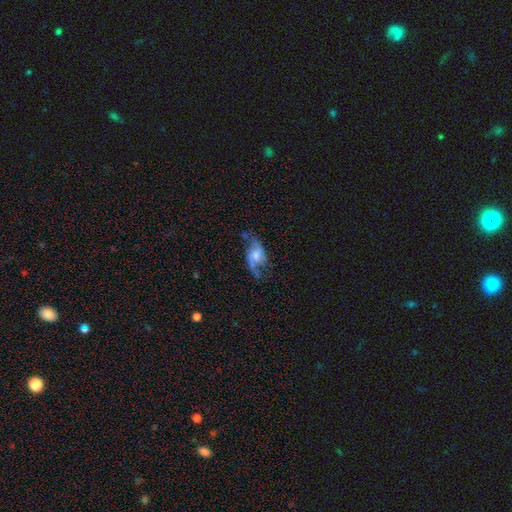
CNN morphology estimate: Q: Smooth or featured?
A: featured or disk (71%); runner-up: smooth (21%)
Q: Edge-on disk?
A: no (95%); runner-up: yes (5%)
Q: Bar?
A: no (53%); runner-up: weak (38%)
Q: Spiral arms?
A: yes (90%); runner-up: no (10%)
Q: Spiral winding?
A: loose (63%); runner-up: medium (29%)
Q: Spiral arm count?
A: 2 (88%); runner-up: can't tell (5%)
Q: Bulge size?
A: moderate (42%); runner-up: small (29%)
Q: Merging?
A: none (57%); runner-up: minor disturbance (22%)